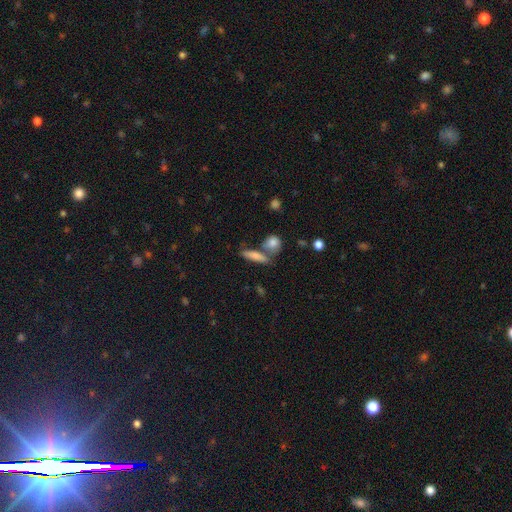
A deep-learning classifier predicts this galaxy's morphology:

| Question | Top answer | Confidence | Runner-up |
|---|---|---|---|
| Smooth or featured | smooth | 76% | featured or disk (15%) |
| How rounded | cigar-shaped | 61% | in between (32%) |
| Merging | none | 59% | merger (25%) |